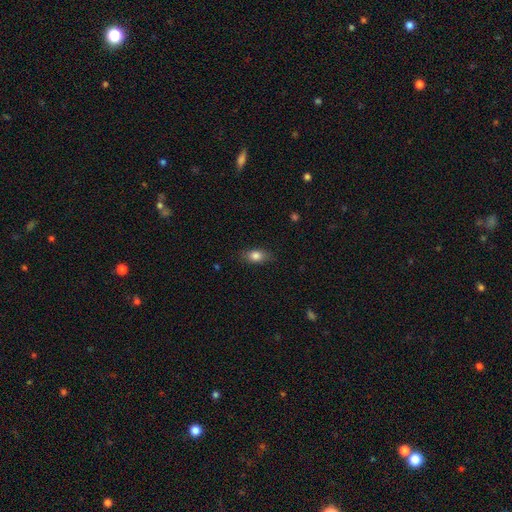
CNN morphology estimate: smooth-or-featured: smooth: 81% | featured or disk: 11% | star or artifact: 8%
  how-rounded: in between: 80% | round: 13% | cigar-shaped: 7%
  merging: none: 82% | minor disturbance: 14% | major disturbance: 3% | merger: 1%